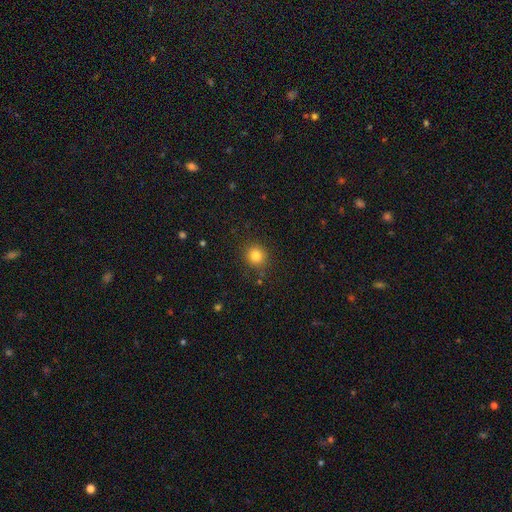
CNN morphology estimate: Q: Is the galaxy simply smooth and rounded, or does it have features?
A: smooth — 82%.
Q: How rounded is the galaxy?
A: round — 88%.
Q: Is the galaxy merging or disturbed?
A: none — 86%.